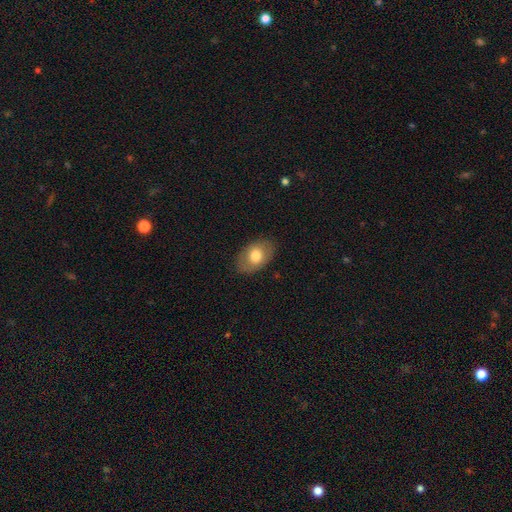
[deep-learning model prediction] The model was most divided on "smooth or featured": smooth: 72%, featured or disk: 21%, star or artifact: 7%. More confident: how rounded — in between (85%); merging — none (84%).